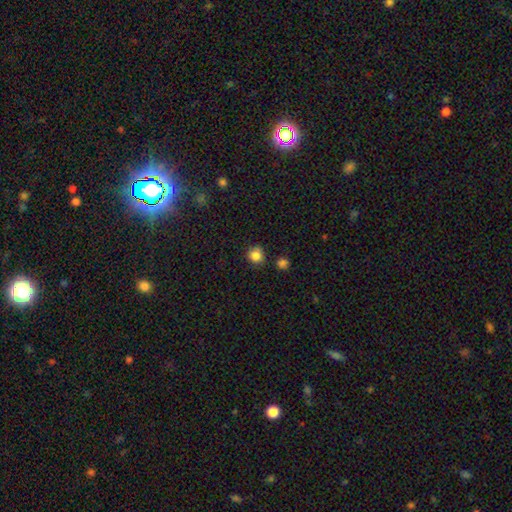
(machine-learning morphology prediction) Overall: smooth (84%). How rounded: round (89%). Merging: none (82%).